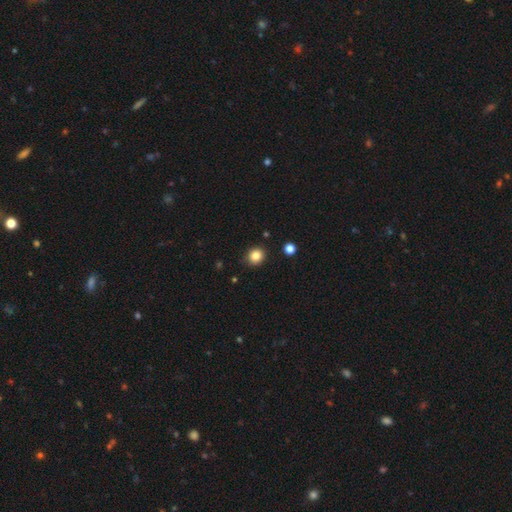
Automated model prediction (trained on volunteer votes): The model was most divided on "how rounded": round: 84%, in between: 15%, cigar-shaped: 1%. More confident: merging — none (87%); smooth or featured — smooth (84%).